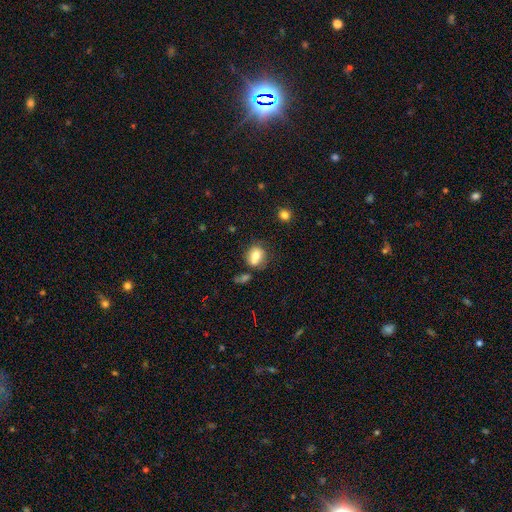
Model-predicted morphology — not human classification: Overall: smooth (74%). How rounded: round (54%; in between 45%). Merging: none (50%; merger 24%).